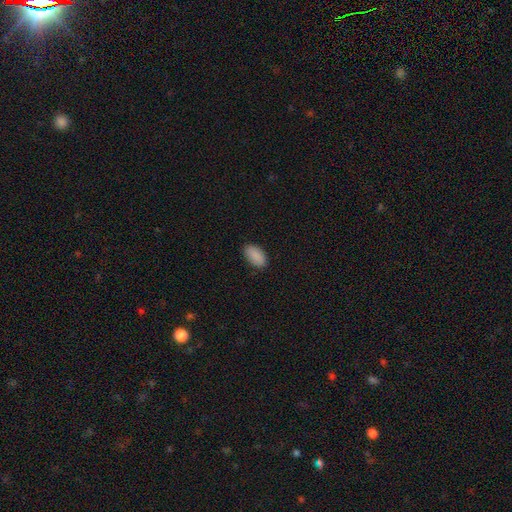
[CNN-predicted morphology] smooth 89%, star or artifact 7%, featured or disk 4%. Down the decision tree: how rounded — in between (94%); merging — none (87%).